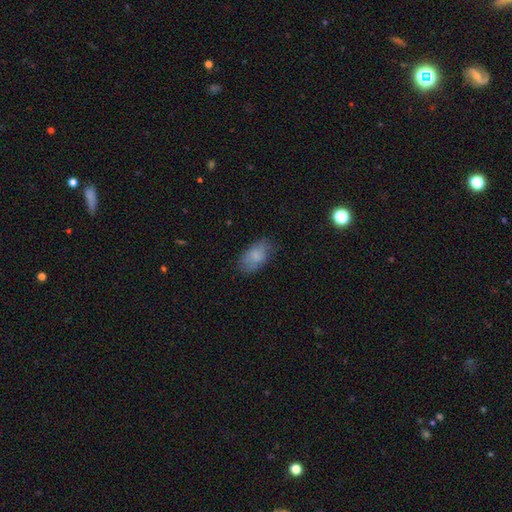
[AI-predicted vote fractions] smooth-or-featured: smooth: 76% | featured or disk: 16% | star or artifact: 8%
  how-rounded: in between: 92% | round: 5% | cigar-shaped: 3%
  merging: none: 71% | minor disturbance: 21% | major disturbance: 6% | merger: 1%